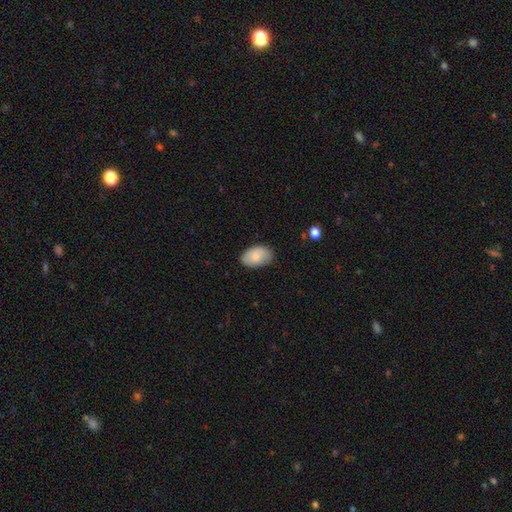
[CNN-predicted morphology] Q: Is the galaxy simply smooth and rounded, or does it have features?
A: smooth — 85%.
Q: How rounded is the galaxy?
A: in between — 92%.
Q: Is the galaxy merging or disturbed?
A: none — 79%.